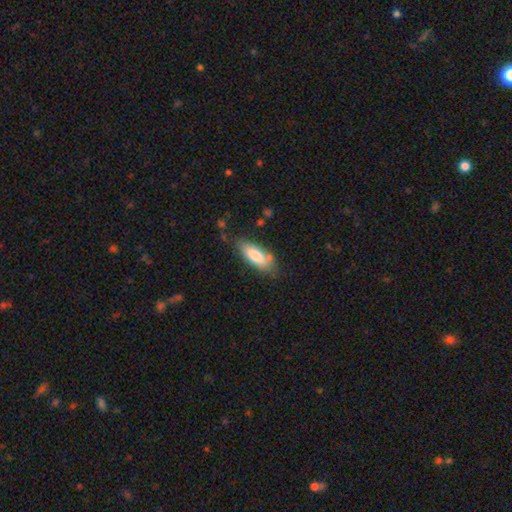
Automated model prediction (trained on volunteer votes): Smooth or featured?
  - smooth: 78% *
  - featured or disk: 15%
  - star or artifact: 6%
How rounded?
  - in between: 70% *
  - cigar-shaped: 28%
  - round: 2%
Merging?
  - none: 67% *
  - minor disturbance: 23%
  - major disturbance: 6%
  - merger: 5%